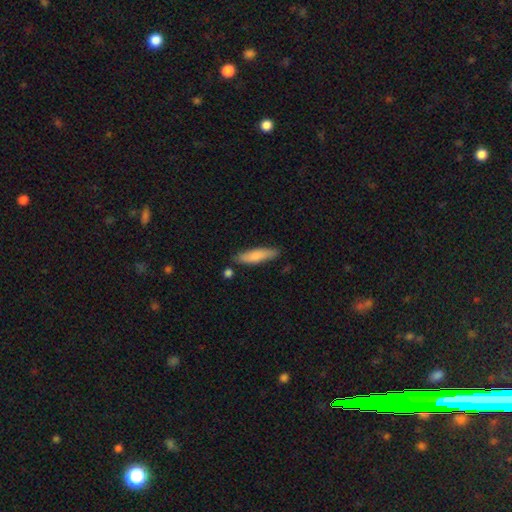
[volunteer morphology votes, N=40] Smooth or featured? smooth (78%)
How rounded? cigar-shaped (68%)
Merging? none (75%)